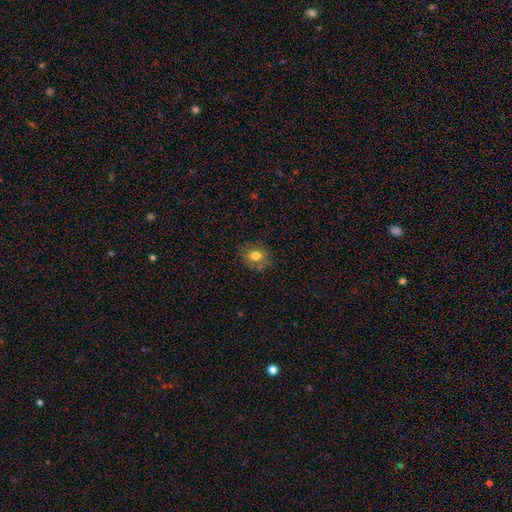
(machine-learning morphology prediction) Smooth or featured? Predicted: smooth (p=0.74). How rounded? Predicted: round (p=0.54). Merging? Predicted: none (p=0.75).